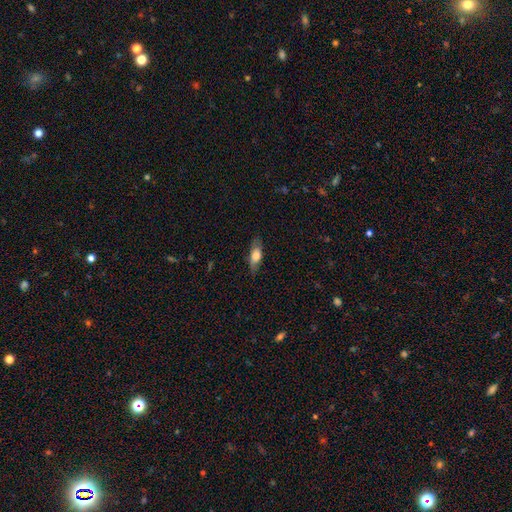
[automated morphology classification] A smooth galaxy with no disk features (63%) that is in between round and cigar-shaped (65%).

Vote fractions:
- Smooth or featured? smooth: 63% / featured or disk: 30% / star or artifact: 7%
- How rounded? in between: 65% / cigar-shaped: 31% / round: 3%
- Merging? none: 79% / minor disturbance: 16% / major disturbance: 4% / merger: 1%